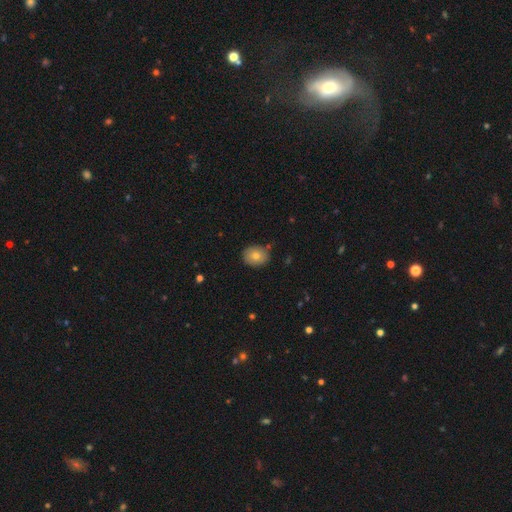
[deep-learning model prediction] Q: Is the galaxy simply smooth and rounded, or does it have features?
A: smooth — 76%.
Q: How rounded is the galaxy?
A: round — 57%.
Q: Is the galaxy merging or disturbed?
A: none — 82%.